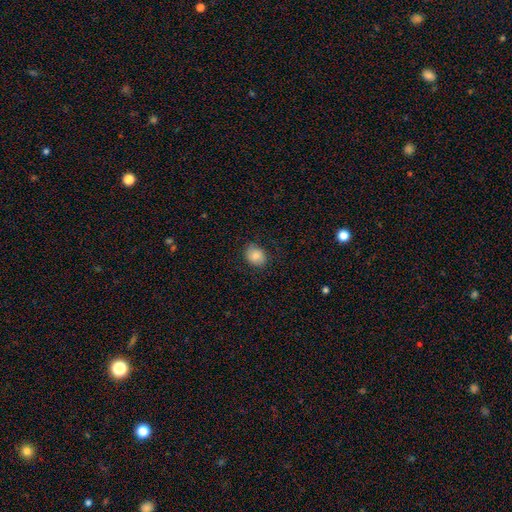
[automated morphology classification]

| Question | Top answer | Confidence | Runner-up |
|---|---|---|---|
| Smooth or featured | smooth | 80% | featured or disk (12%) |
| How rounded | in between | 54% | round (45%) |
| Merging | none | 81% | minor disturbance (14%) |